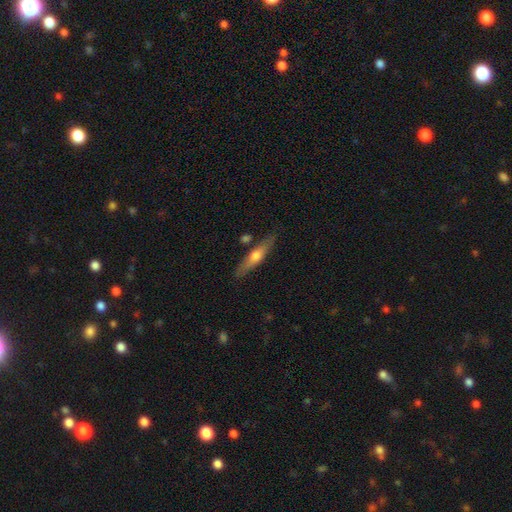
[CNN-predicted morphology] The model was most divided on "smooth or featured": smooth: 48%, featured or disk: 46%, star or artifact: 6%. More confident: merging — none (81%).